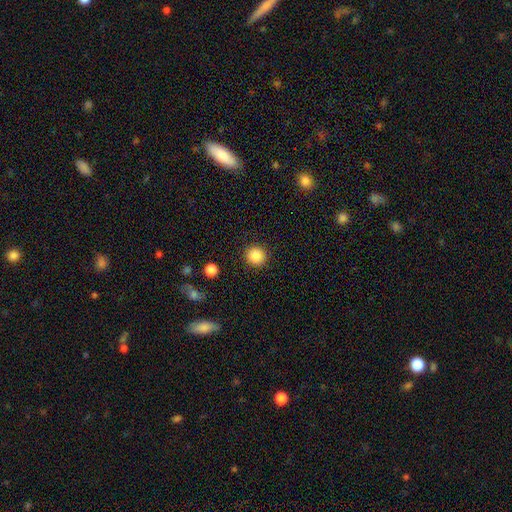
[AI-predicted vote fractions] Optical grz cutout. It shows a smooth galaxy with no disk features (87%) that is round (93%). Merging: none (91%).